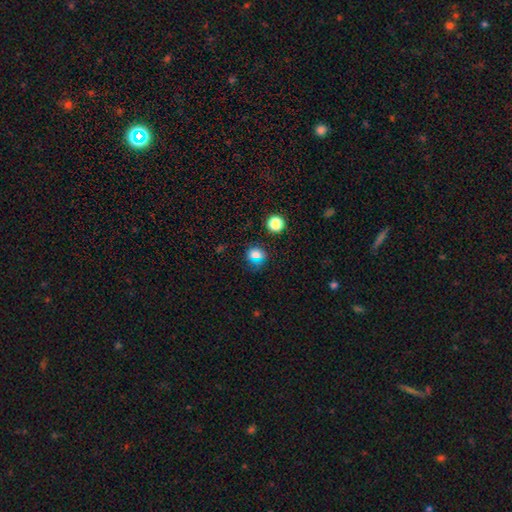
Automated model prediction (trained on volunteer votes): smooth_or_featured: smooth (p=0.61) [alt: star or artifact p=0.31]
how_rounded: round (p=0.76) [alt: in between p=0.22]
merging: none (p=0.78) [alt: minor disturbance p=0.13]